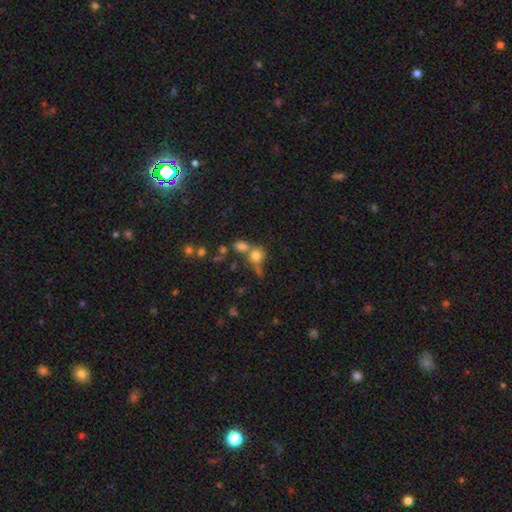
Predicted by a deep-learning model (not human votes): Overall: smooth (74%). How rounded: round (74%). Merging: merger (45%; none 37%).